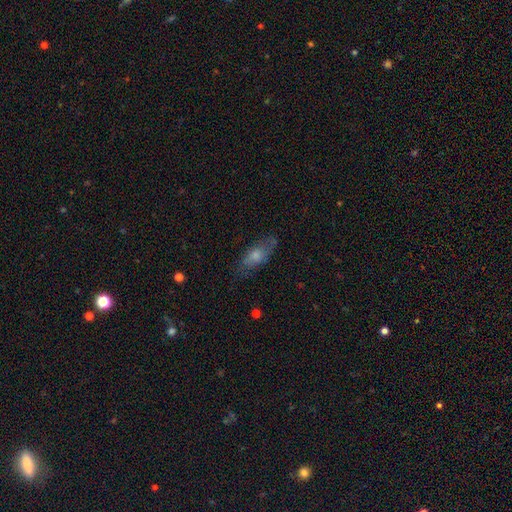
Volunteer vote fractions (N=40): smooth_or_featured: smooth (p=0.75) [alt: featured or disk p=0.20]
how_rounded: in between (p=0.73) [alt: cigar-shaped p=0.20]
merging: none (p=0.66) [alt: minor disturbance p=0.24]